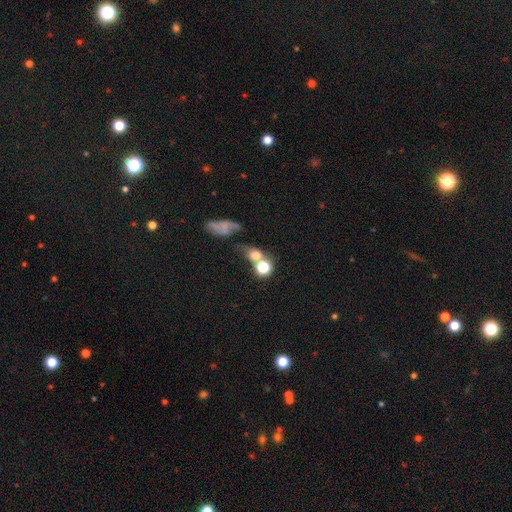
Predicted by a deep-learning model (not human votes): The model was most divided on "merging": merger: 45%, none: 32%, major disturbance: 12%, minor disturbance: 11%. More confident: smooth or featured — smooth (63%); how rounded — round (61%).